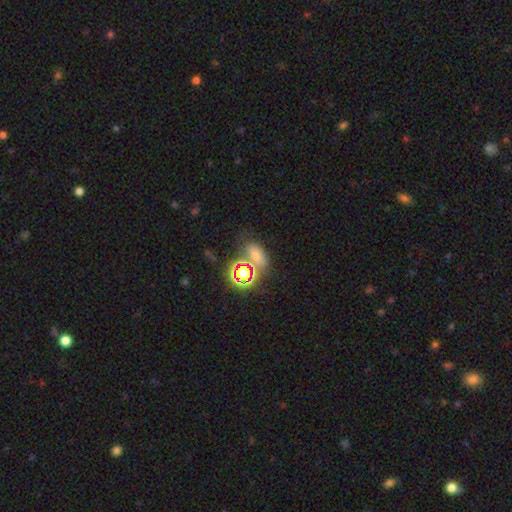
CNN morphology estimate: Q: Smooth or featured?
A: smooth (44%); runner-up: star or artifact (42%)
Q: Merging?
A: none (57%); runner-up: merger (17%)